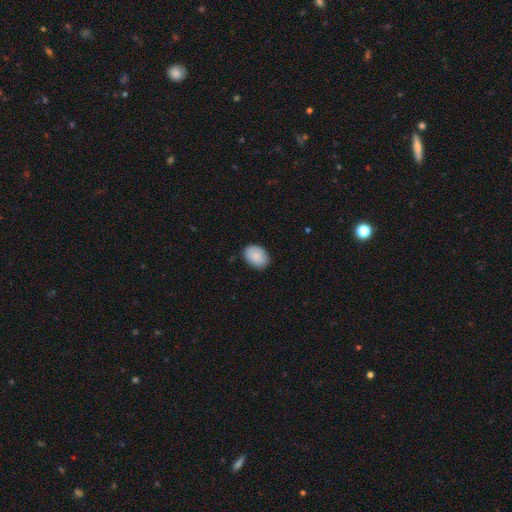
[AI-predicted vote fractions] This is clearly a smooth galaxy (89%). How rounded: likely in between (75%). Merging: clearly none (85%).